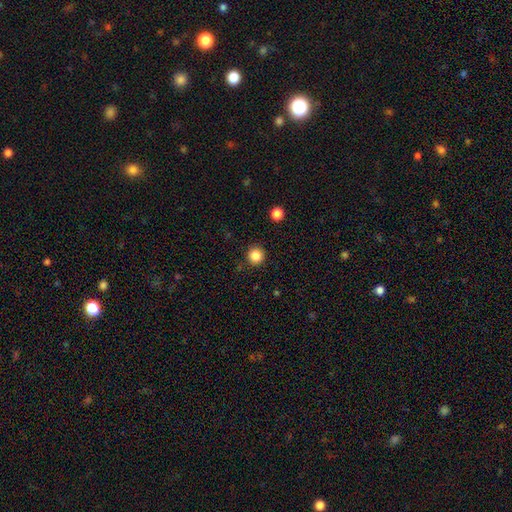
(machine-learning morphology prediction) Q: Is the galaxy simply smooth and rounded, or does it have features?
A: smooth — 84%.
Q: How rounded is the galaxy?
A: round — 95%.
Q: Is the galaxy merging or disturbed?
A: none — 91%.